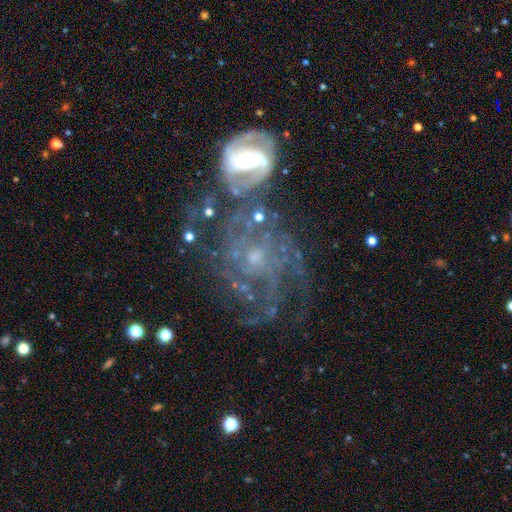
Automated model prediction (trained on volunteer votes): Overall: featured or disk (81%). Edge-on disk: no (96%). Bar: no (57%; weak 29%). Spiral arms: yes (93%). Spiral arm count: can't tell (34%; 4 17%). Spiral winding: tight (61%; medium 30%). Bulge size: small (68%). Merging: none (50%; merger 18%).